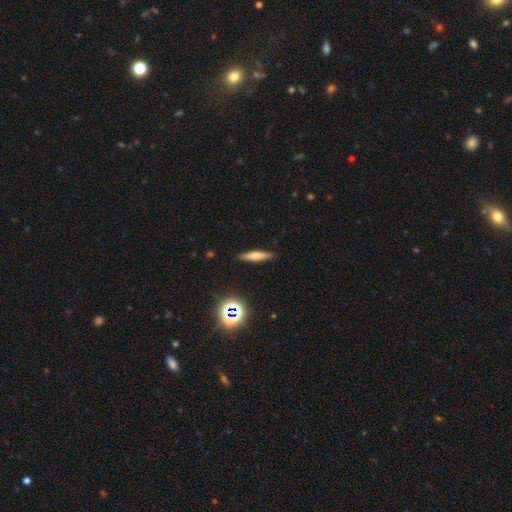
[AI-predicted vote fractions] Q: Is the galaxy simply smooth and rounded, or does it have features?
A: smooth — 57%.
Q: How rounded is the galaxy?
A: cigar-shaped — 85%.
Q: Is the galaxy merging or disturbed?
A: none — 89%.